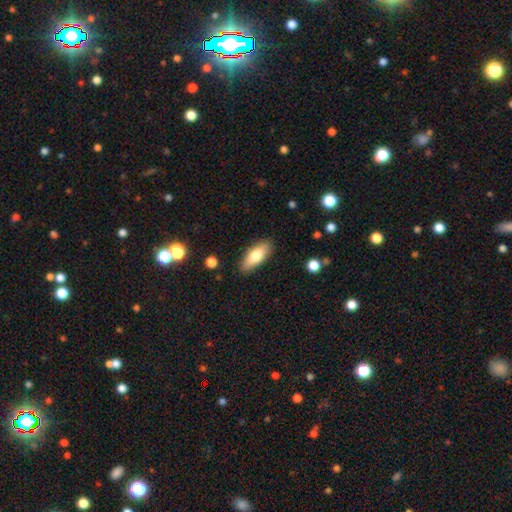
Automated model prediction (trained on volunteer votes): A smooth galaxy with no disk features (75%) that is in between round and cigar-shaped (70%). Merging: none (87%).